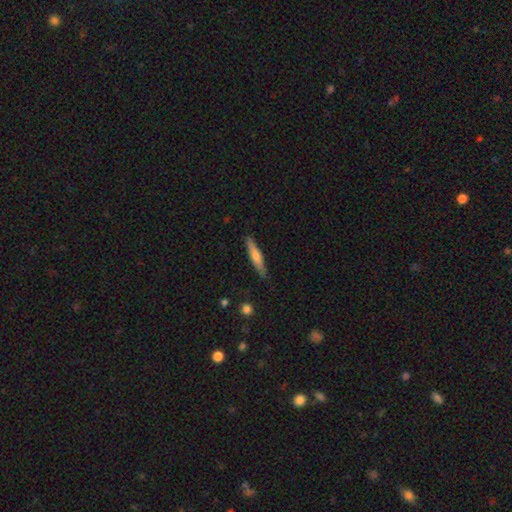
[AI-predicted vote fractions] A smooth galaxy with no disk features (54%) that is cigar-shaped (90%). Merging: none (87%).